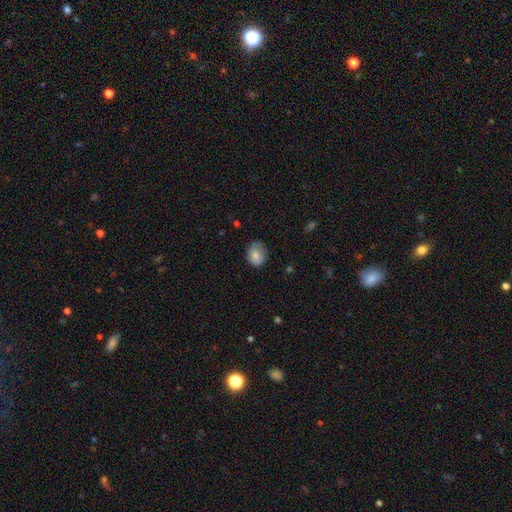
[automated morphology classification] The model was most divided on "how rounded": round: 53%, in between: 46%, cigar-shaped: 1%. More confident: smooth or featured — smooth (78%); merging — none (68%).